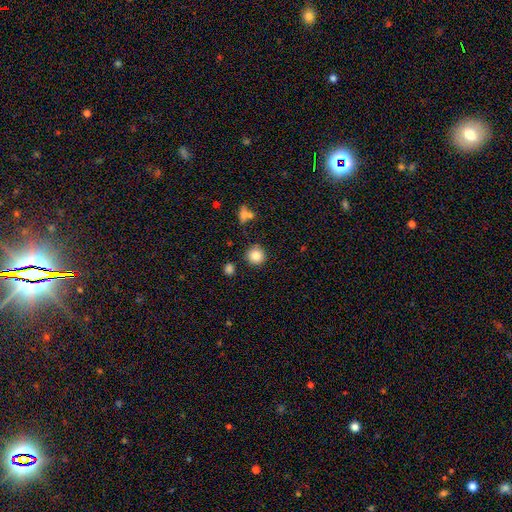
Morphology: type=smooth (79%); roundness=round (94%); merging=none (86%).